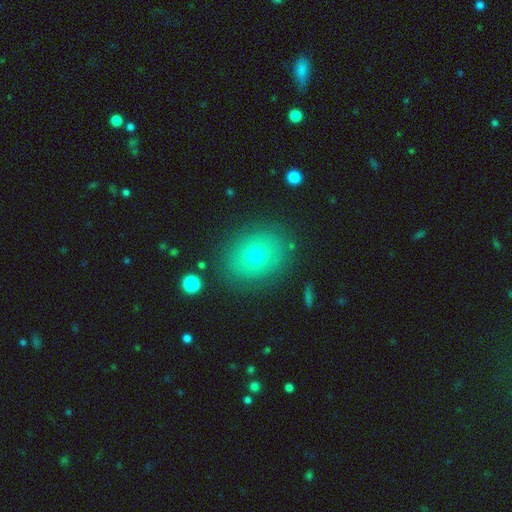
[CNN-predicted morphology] A smooth galaxy with no disk features (65%) that is round (56%).

Vote fractions:
- Smooth or featured? smooth: 65% / featured or disk: 22% / star or artifact: 13%
- How rounded? round: 56% / in between: 43% / cigar-shaped: 1%
- Merging? none: 85% / minor disturbance: 10% / major disturbance: 4% / merger: 2%